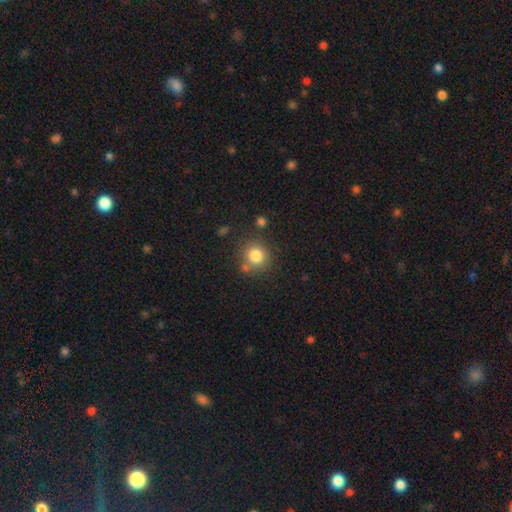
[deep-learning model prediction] This appears to be a smooth galaxy with no disk features (81%) that is round (86%). Merging: none (73%).